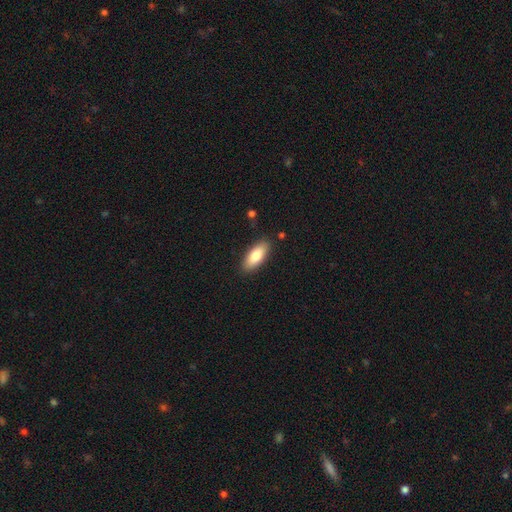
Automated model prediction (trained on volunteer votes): Overall: smooth (80%). How rounded: in between (79%). Merging: none (87%).